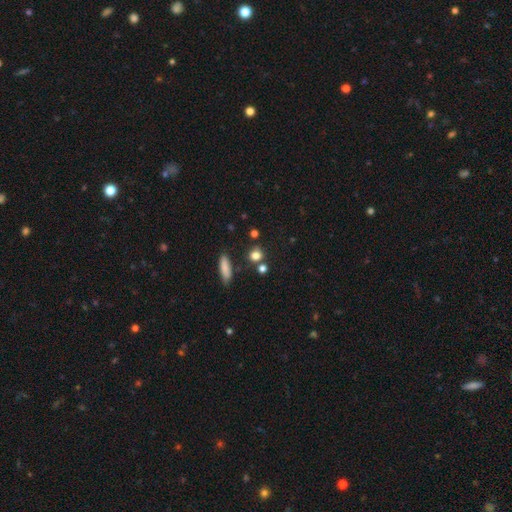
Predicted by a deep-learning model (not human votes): Q: Smooth or featured?
A: smooth (78%); runner-up: star or artifact (14%)
Q: How rounded?
A: round (73%); runner-up: in between (22%)
Q: Merging?
A: none (74%); runner-up: merger (12%)